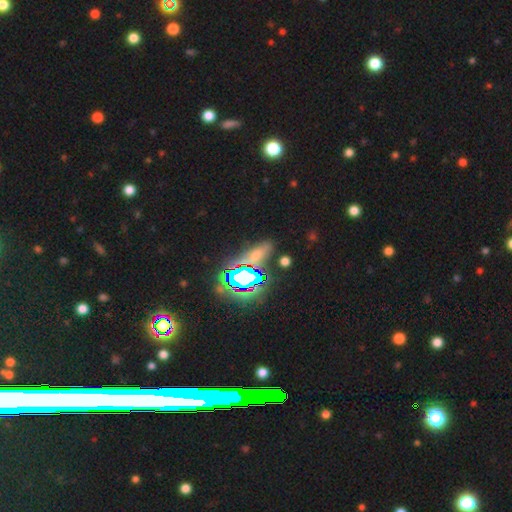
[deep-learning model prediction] smooth_or_featured: star or artifact (p=0.56) [alt: smooth p=0.31]